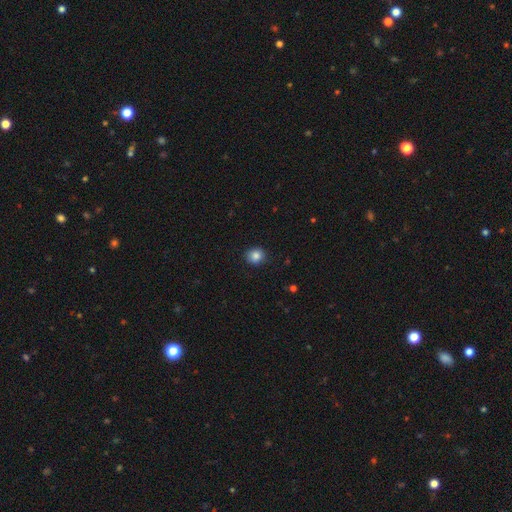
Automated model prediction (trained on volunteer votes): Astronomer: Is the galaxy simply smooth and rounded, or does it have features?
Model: smooth — 85%.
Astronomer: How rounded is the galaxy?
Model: round — 81%.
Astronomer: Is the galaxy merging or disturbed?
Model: none — 86%.